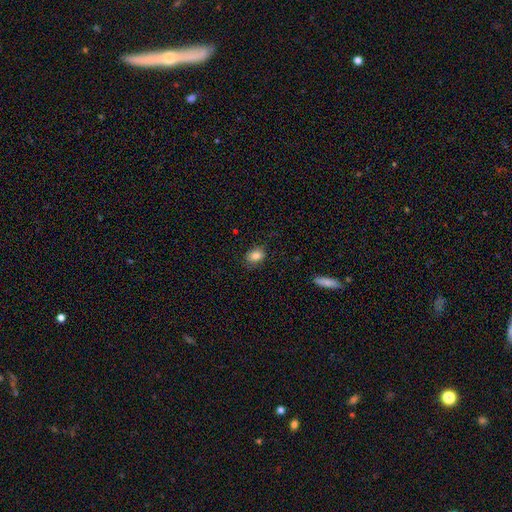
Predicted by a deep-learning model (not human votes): Q: Smooth or featured?
A: smooth (84%); runner-up: star or artifact (9%)
Q: How rounded?
A: in between (66%); runner-up: round (33%)
Q: Merging?
A: none (82%); runner-up: minor disturbance (14%)